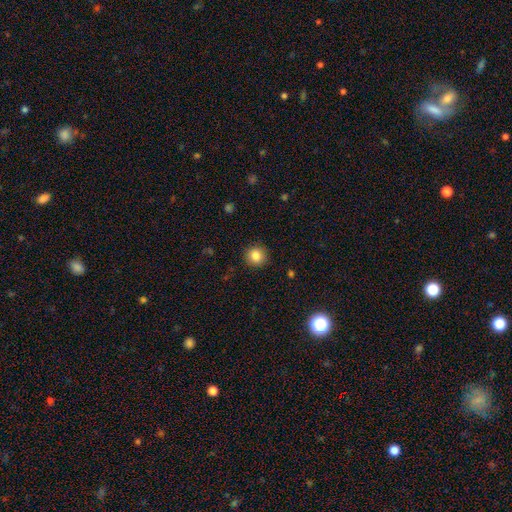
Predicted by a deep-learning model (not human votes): A smooth galaxy with no disk features (84%) that is round (92%).

Vote fractions:
- Smooth or featured? smooth: 84% / star or artifact: 10% / featured or disk: 6%
- How rounded? round: 92% / in between: 7% / cigar-shaped: 1%
- Merging? none: 91% / minor disturbance: 6% / major disturbance: 2% / merger: 1%